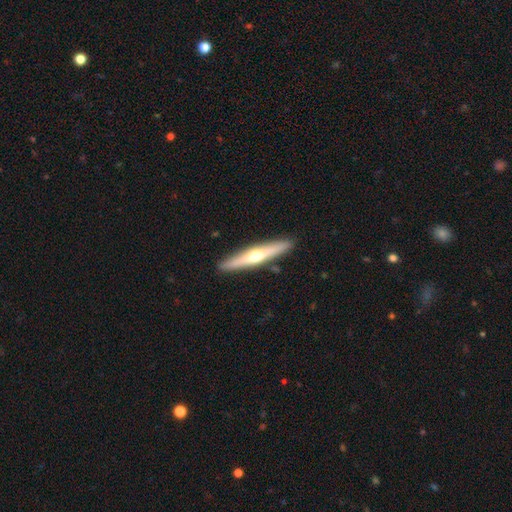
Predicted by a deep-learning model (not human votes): Smooth or featured: featured or disk — 60% (smooth — 35%)
Edge-on disk: yes — 95% (no — 5%)
Edge-on bulge: rounded — 89% (none — 8%)
Merging: none — 90% (minor disturbance — 7%)